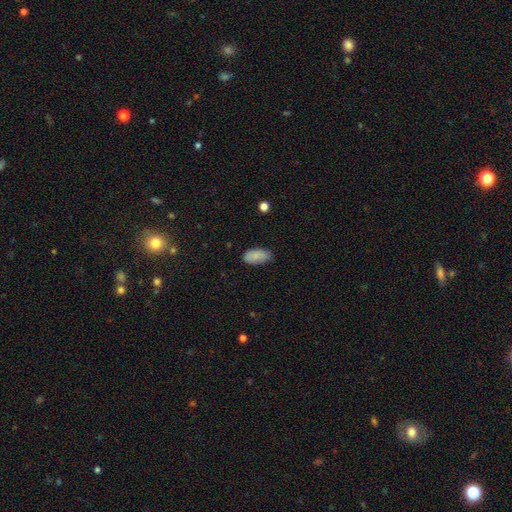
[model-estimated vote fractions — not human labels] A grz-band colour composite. It shows a smooth galaxy with no disk features (82%) that is in between round and cigar-shaped (94%). Merging: none (76%).